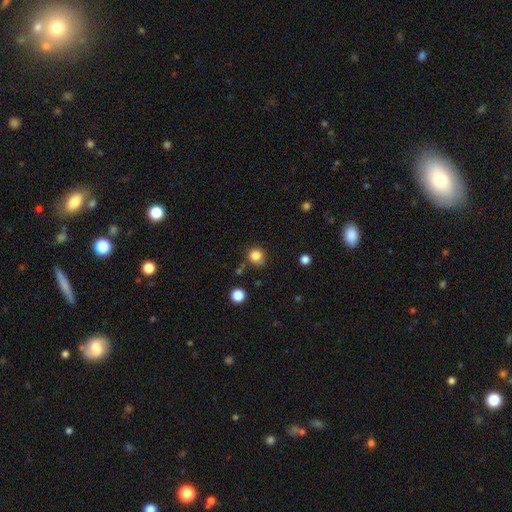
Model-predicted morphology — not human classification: A smooth galaxy with no disk features (83%) that is round (88%).

Vote fractions:
- Smooth or featured? smooth: 83% / star or artifact: 12% / featured or disk: 5%
- How rounded? round: 88% / in between: 11% / cigar-shaped: 1%
- Merging? none: 79% / minor disturbance: 14% / merger: 4% / major disturbance: 4%